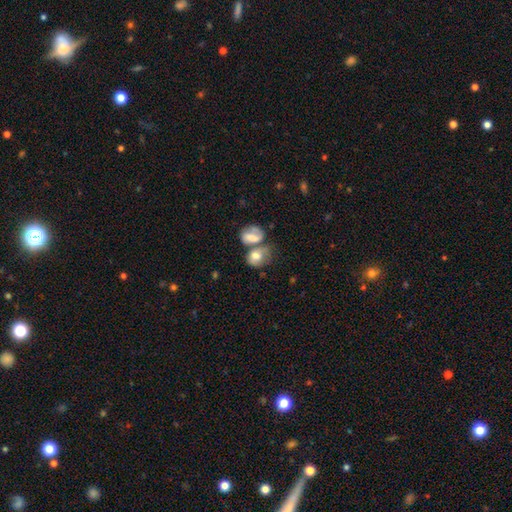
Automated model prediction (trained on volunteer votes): Smooth or featured?
  - smooth: 68% *
  - featured or disk: 24%
  - star or artifact: 8%
How rounded?
  - in between: 61% *
  - round: 38%
  - cigar-shaped: 1%
Merging?
  - merger: 52% *
  - none: 24%
  - minor disturbance: 13%
  - major disturbance: 11%